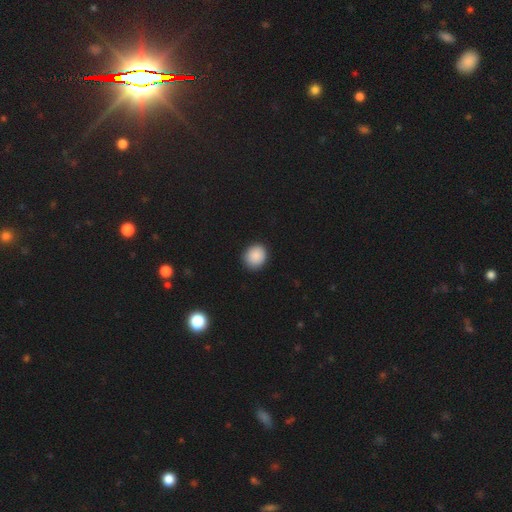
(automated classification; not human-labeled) This appears to be a smooth galaxy with no disk features (89%) that is round (82%). Merging: none (89%).